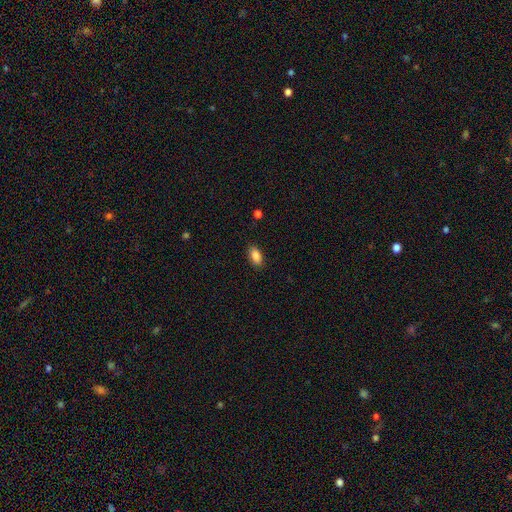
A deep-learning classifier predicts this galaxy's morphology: The model was most divided on "merging": none: 87%, minor disturbance: 9%, major disturbance: 2%, merger: 1%. More confident: how rounded — in between (92%); smooth or featured — smooth (88%).